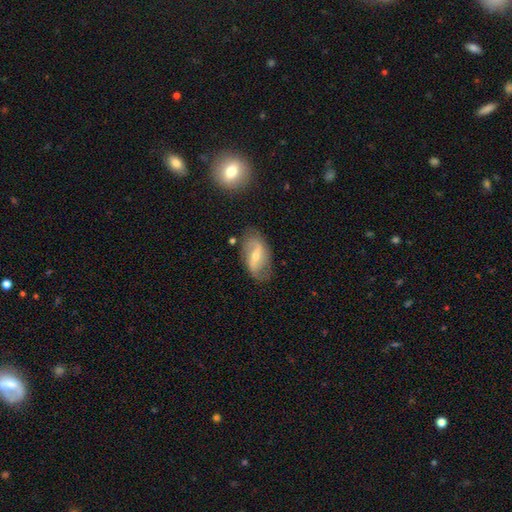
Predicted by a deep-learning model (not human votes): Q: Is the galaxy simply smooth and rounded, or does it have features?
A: featured or disk — 72%.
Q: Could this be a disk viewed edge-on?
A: no — 94%.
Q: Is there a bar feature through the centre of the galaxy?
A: weak — 43%.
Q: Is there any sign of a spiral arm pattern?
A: yes — 85%.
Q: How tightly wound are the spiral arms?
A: loose — 62%.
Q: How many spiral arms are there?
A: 2 — 86%.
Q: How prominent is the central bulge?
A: small — 48%.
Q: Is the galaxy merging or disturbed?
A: none — 72%.